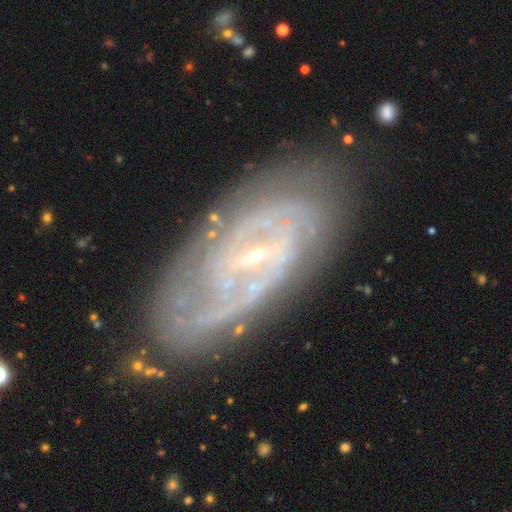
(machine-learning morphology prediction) Smooth or featured? featured or disk (87%)
Edge-on disk? no (94%)
Bar? weak (46%)
Spiral arms? yes (95%)
Spiral winding? tight (57%)
Spiral arm count? 2 (48%)
Bulge size? small (82%)
Merging? none (77%)